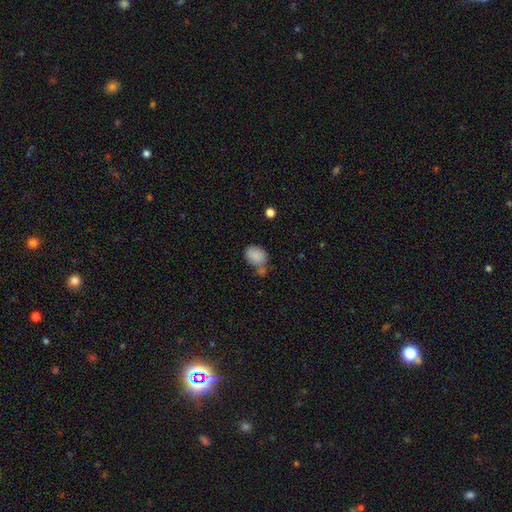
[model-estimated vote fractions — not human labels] smooth 85%, star or artifact 8%, featured or disk 7%. Down the decision tree: how rounded — in between (65%); merging — none (51%).